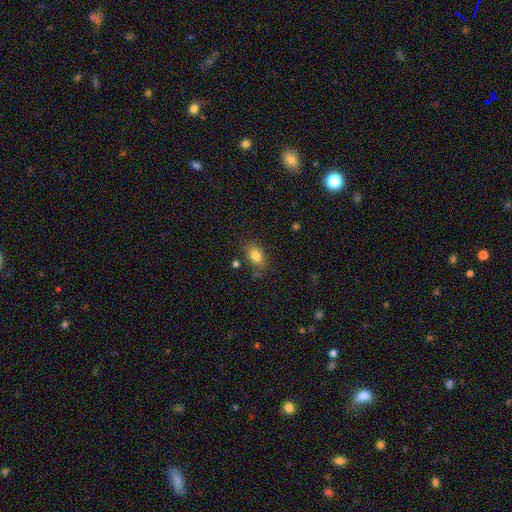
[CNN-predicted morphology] A smooth galaxy with no disk features (82%) that is in between round and cigar-shaped (85%).

Vote fractions:
- Smooth or featured? smooth: 82% / star or artifact: 9% / featured or disk: 9%
- How rounded? in between: 85% / round: 13% / cigar-shaped: 2%
- Merging? none: 74% / minor disturbance: 17% / merger: 5% / major disturbance: 5%